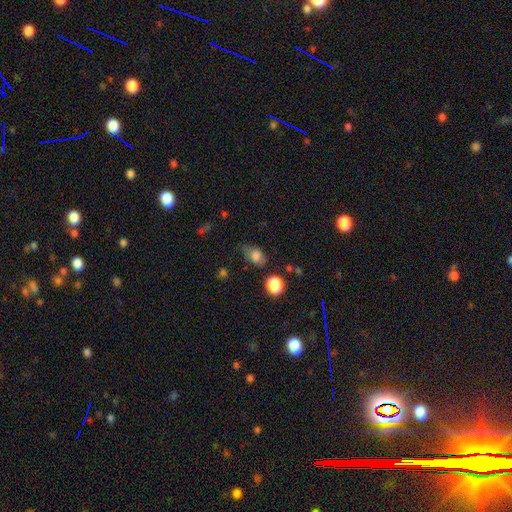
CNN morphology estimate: Overall: smooth (79%). How rounded: in between (72%). Merging: none (55%; minor disturbance 31%).